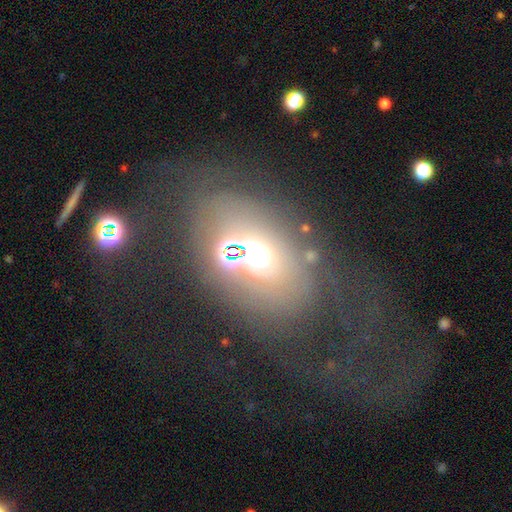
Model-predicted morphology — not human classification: A featured or disk galaxy (43%).

Vote fractions:
- Smooth or featured? featured or disk: 43% / smooth: 38% / star or artifact: 19%
- Merging? none: 41% / major disturbance: 33% / minor disturbance: 18% / merger: 8%